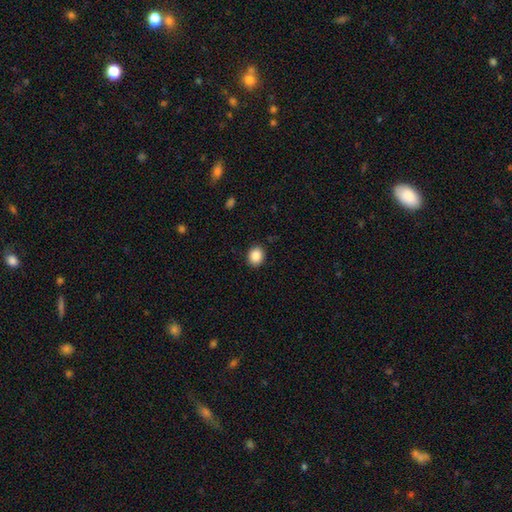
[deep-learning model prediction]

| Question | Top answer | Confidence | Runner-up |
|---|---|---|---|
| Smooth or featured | smooth | 87% | star or artifact (9%) |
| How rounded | round | 65% | in between (35%) |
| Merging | none | 90% | minor disturbance (7%) |